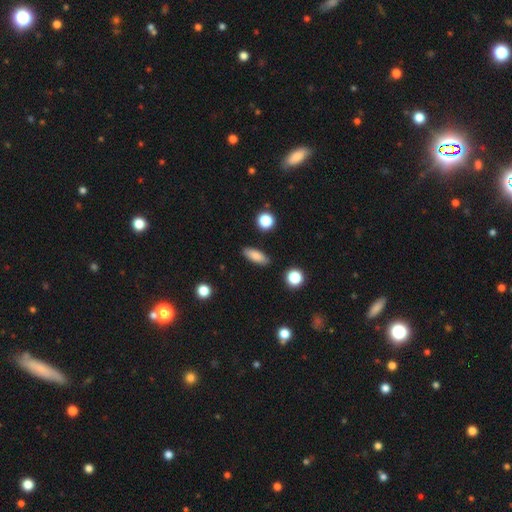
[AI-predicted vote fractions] Smooth or featured? smooth (83%)
How rounded? in between (67%)
Merging? none (87%)